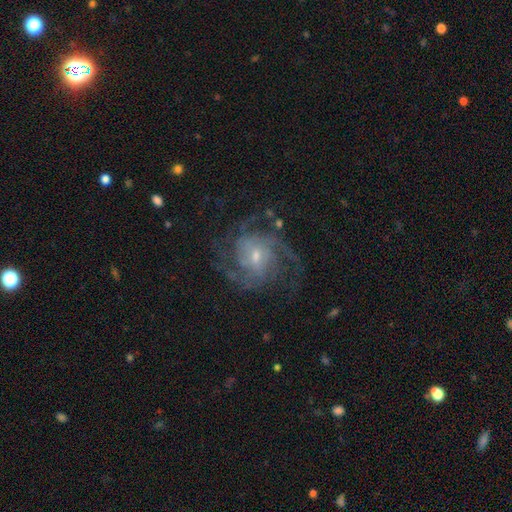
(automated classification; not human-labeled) smooth_or_featured: featured or disk (p=0.86) [alt: smooth p=0.07]
disk_edge_on: no (p=0.98) [alt: yes p=0.02]
bar: no (p=0.48) [alt: weak p=0.43]
has_spiral_arms: yes (p=0.95) [alt: no p=0.05]
spiral_winding: medium (p=0.49) [alt: tight p=0.35]
spiral_arm_count: 2 (p=0.28) [alt: 3 p=0.26]
bulge_size: small (p=0.59) [alt: moderate p=0.35]
merging: none (p=0.68) [alt: minor disturbance p=0.16]